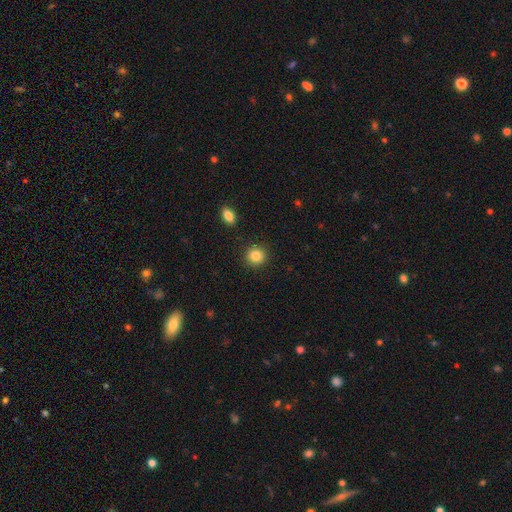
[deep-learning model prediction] A smooth galaxy with no disk features (85%) that is round (91%).

Vote fractions:
- Smooth or featured? smooth: 85% / star or artifact: 10% / featured or disk: 5%
- How rounded? round: 91% / in between: 8% / cigar-shaped: 1%
- Merging? none: 91% / minor disturbance: 6% / major disturbance: 2% / merger: 2%